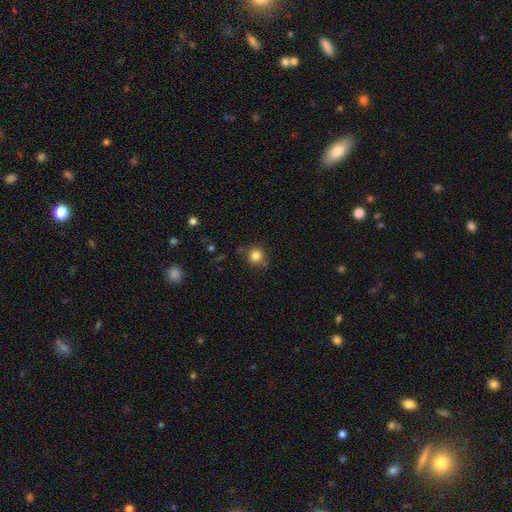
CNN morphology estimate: The model was most divided on "merging": none: 80%, minor disturbance: 14%, major disturbance: 3%, merger: 2%. More confident: how rounded — round (90%); smooth or featured — smooth (83%).